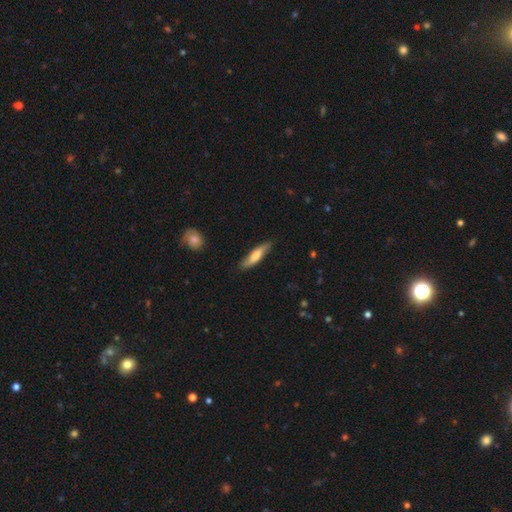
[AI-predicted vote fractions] Overall: smooth (63%; featured or disk 32%). How rounded: cigar-shaped (77%). Merging: none (82%).